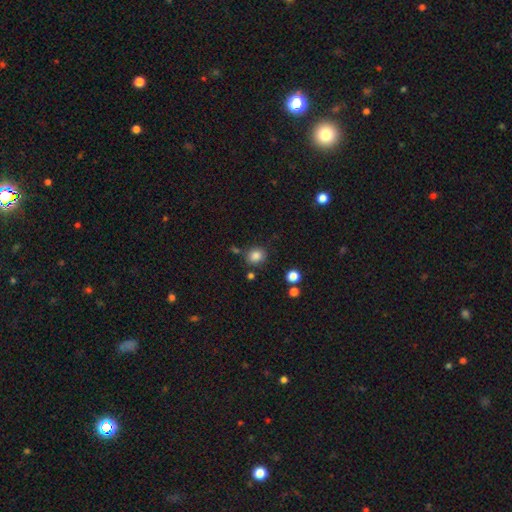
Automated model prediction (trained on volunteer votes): Smooth or featured?
  - smooth: 84% *
  - star or artifact: 11%
  - featured or disk: 4%
How rounded?
  - round: 77% *
  - in between: 22%
  - cigar-shaped: 1%
Merging?
  - none: 80% *
  - minor disturbance: 11%
  - merger: 6%
  - major disturbance: 4%